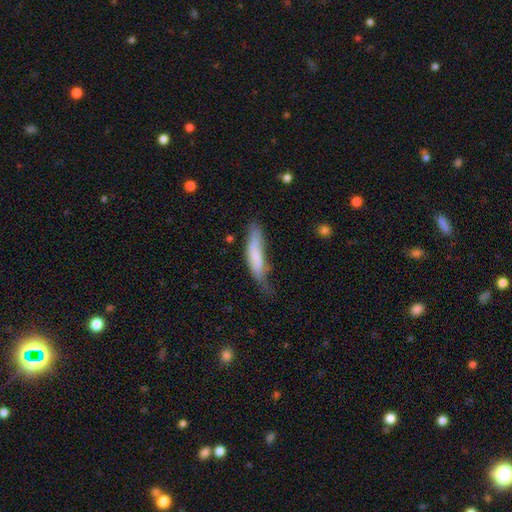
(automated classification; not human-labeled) This appears to be a smooth galaxy with no disk features (69%) that is cigar-shaped (73%). Merging: minor disturbance (39%).